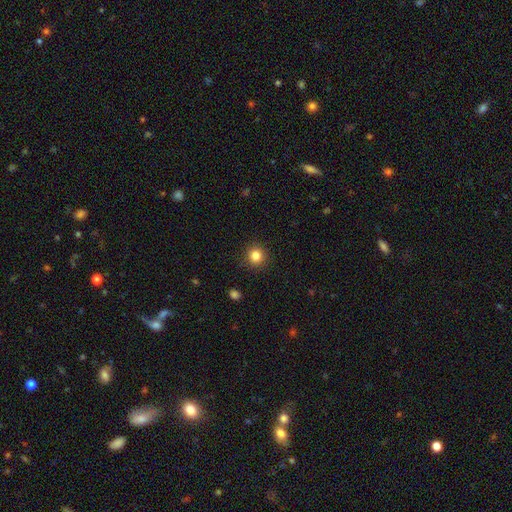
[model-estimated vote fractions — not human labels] Q: Smooth or featured?
A: smooth (83%); runner-up: star or artifact (11%)
Q: How rounded?
A: round (92%); runner-up: in between (7%)
Q: Merging?
A: none (91%); runner-up: minor disturbance (6%)